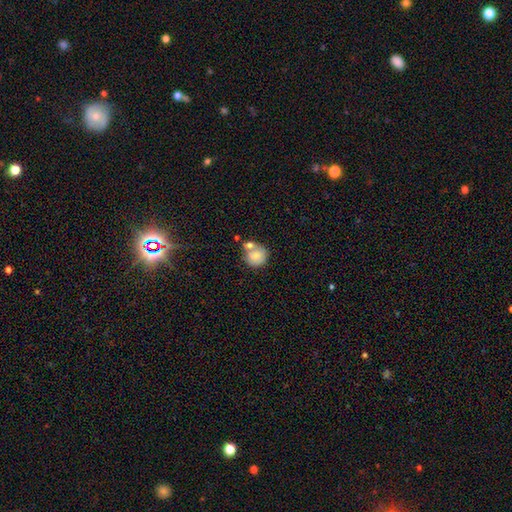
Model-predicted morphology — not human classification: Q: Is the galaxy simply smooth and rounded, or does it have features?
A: smooth — 79%.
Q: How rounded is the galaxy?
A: round — 86%.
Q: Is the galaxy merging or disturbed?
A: none — 48%.